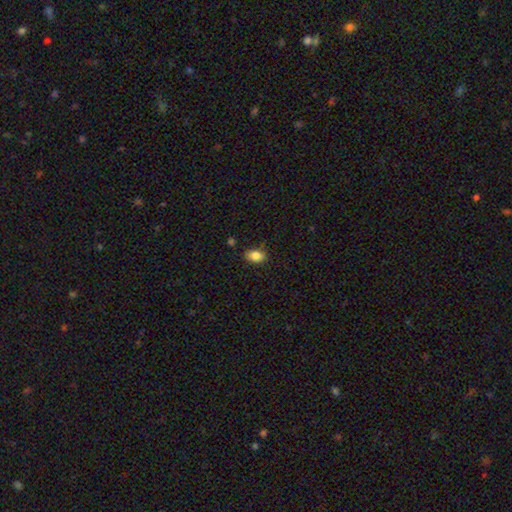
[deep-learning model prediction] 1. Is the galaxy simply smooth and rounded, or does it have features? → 85% smooth, 9% star or artifact, 6% featured or disk.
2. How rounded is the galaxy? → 85% in between, 14% round, 2% cigar-shaped.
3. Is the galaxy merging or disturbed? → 80% none, 15% minor disturbance, 3% major disturbance, 2% merger.